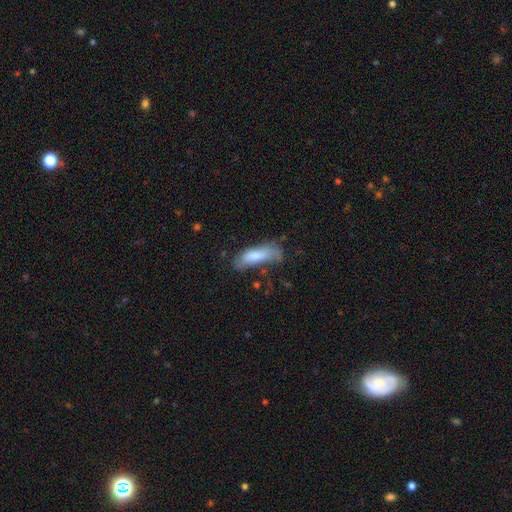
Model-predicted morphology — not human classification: The model was most divided on "merging": none: 45%, minor disturbance: 32%, major disturbance: 18%, merger: 5%. More confident: smooth or featured — smooth (76%); how rounded — in between (58%).